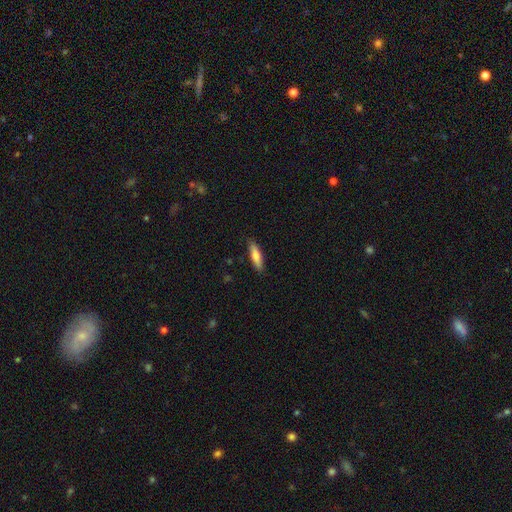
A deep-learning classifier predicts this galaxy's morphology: This is likely a smooth galaxy (75%). How rounded: likely cigar-shaped (67%). Merging: clearly none (87%).